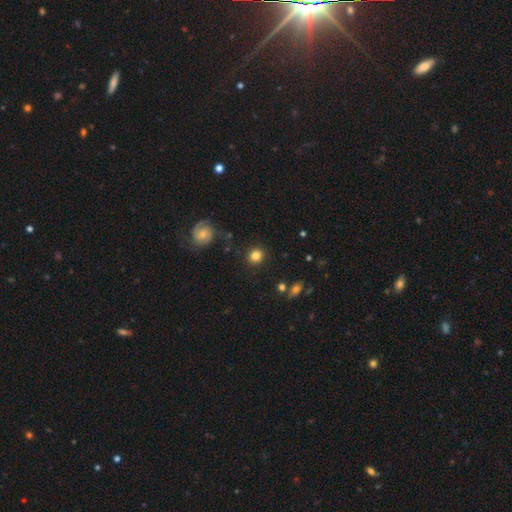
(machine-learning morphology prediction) smooth 82%, star or artifact 9%, featured or disk 8%. Down the decision tree: how rounded — round (91%); merging — none (89%).